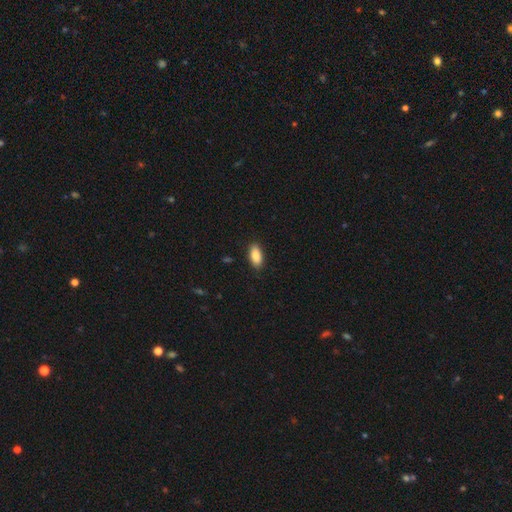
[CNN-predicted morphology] Smooth or featured: smooth — 86% (star or artifact — 7%)
How rounded: in between — 91% (cigar-shaped — 6%)
Merging: none — 88% (minor disturbance — 9%)